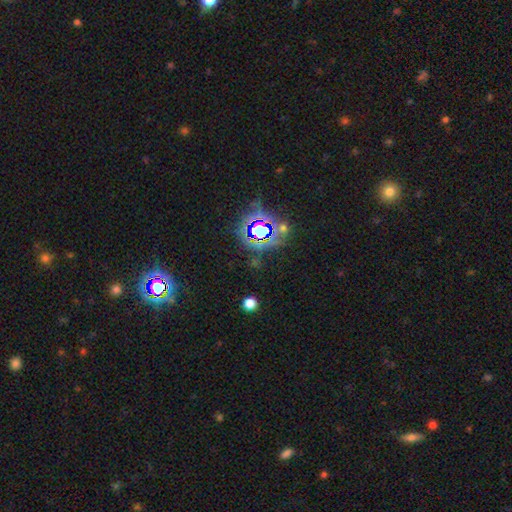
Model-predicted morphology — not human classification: The model was most divided on "smooth or featured": star or artifact: 79%, smooth: 12%, featured or disk: 9%.